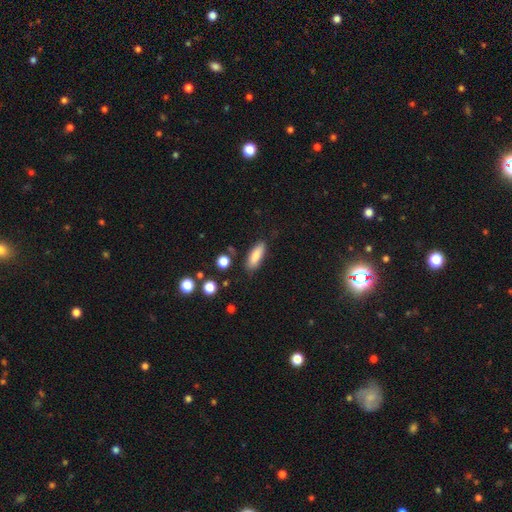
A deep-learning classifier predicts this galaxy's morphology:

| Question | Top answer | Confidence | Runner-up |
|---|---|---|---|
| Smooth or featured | smooth | 83% | featured or disk (10%) |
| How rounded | in between | 63% | cigar-shaped (35%) |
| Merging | none | 80% | minor disturbance (15%) |